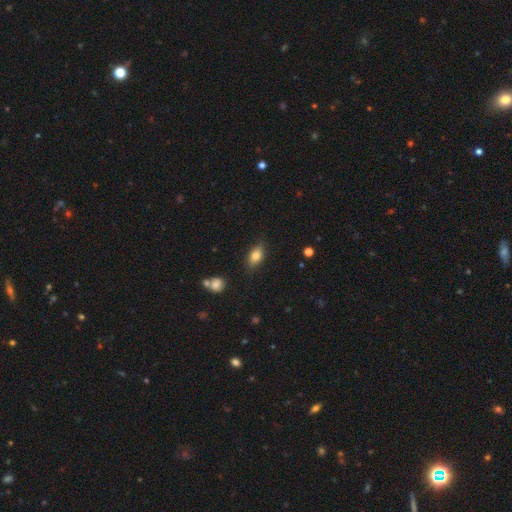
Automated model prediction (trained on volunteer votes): smooth 76%, featured or disk 15%, star or artifact 9%. Down the decision tree: how rounded — in between (84%); merging — none (82%).